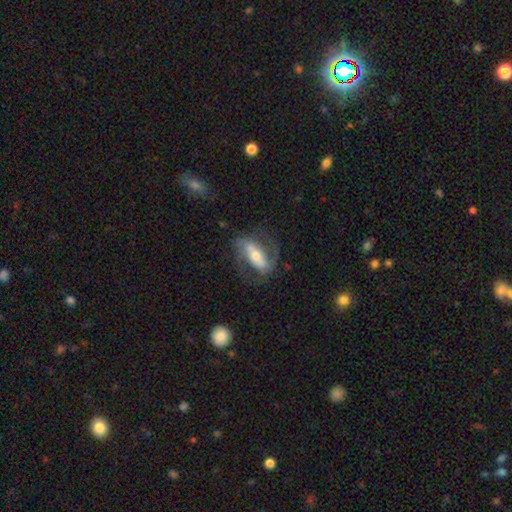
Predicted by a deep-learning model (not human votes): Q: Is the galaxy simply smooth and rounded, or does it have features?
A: featured or disk — 74%.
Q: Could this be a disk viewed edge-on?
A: no — 89%.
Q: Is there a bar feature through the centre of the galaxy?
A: strong — 60%.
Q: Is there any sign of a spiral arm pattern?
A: yes — 85%.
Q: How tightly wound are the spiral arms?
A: medium — 47%.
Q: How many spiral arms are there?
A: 2 — 86%.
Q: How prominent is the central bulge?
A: moderate — 52%.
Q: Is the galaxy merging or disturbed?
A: none — 68%.